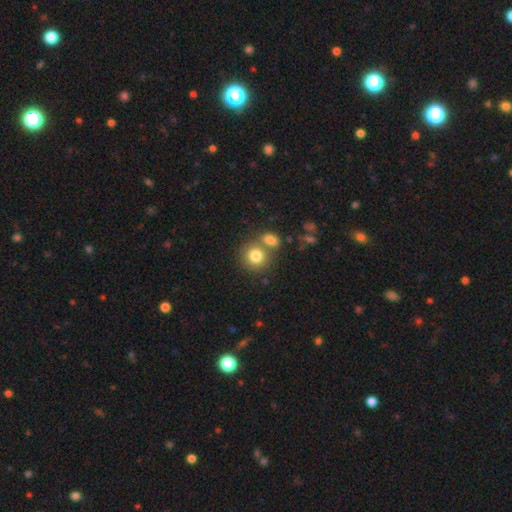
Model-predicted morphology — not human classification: Smooth or featured?
  - smooth: 80% *
  - featured or disk: 10%
  - star or artifact: 10%
How rounded?
  - round: 84% *
  - in between: 15%
  - cigar-shaped: 1%
Merging?
  - none: 53% *
  - merger: 35%
  - minor disturbance: 8%
  - major disturbance: 3%